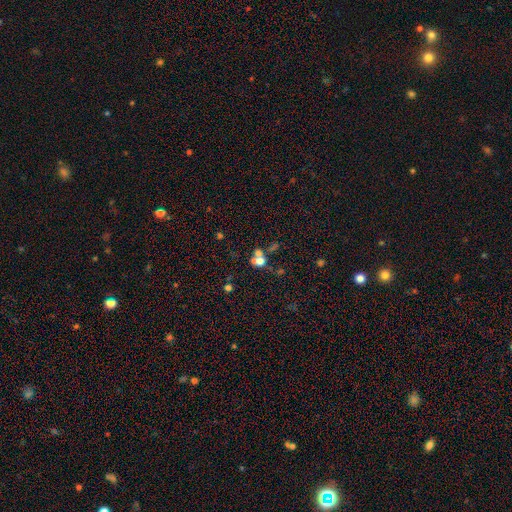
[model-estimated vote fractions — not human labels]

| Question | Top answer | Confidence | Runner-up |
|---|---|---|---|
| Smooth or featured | star or artifact | 53% | smooth (35%) |